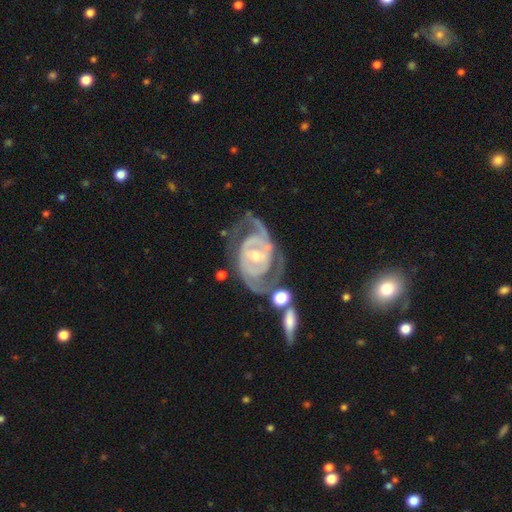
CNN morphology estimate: Smooth or featured?
  - featured or disk: 91% *
  - smooth: 5%
  - star or artifact: 4%
Edge-on disk?
  - no: 97% *
  - yes: 3%
Bar?
  - weak: 44% *
  - no: 30%
  - strong: 26%
Spiral arms?
  - yes: 96% *
  - no: 4%
Spiral winding?
  - tight: 53% *
  - medium: 37%
  - loose: 9%
Spiral arm count?
  - 2: 75% *
  - can't tell: 11%
  - 3: 7%
  - 1: 3%
  - 4: 2%
  - more than 4: 2%
Bulge size?
  - moderate: 48% *
  - small: 46%
  - large: 3%
  - none: 2%
  - dominant: 1%
Merging?
  - none: 52% *
  - minor disturbance: 20%
  - major disturbance: 17%
  - merger: 11%